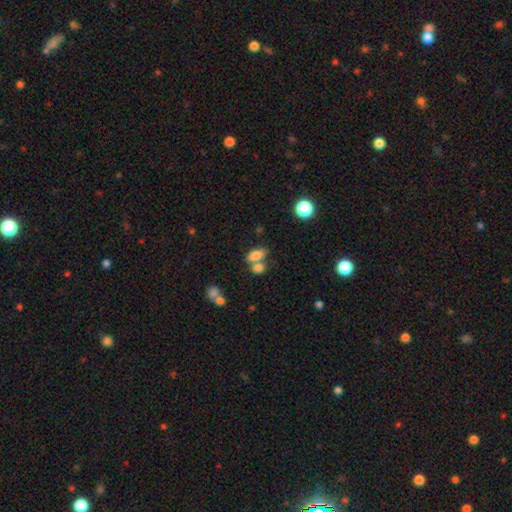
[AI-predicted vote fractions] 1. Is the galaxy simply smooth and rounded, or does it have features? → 78% smooth, 12% featured or disk, 10% star or artifact.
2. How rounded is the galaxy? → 85% in between, 8% round, 7% cigar-shaped.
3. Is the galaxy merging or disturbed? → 44% merger, 41% none, 10% minor disturbance, 5% major disturbance.